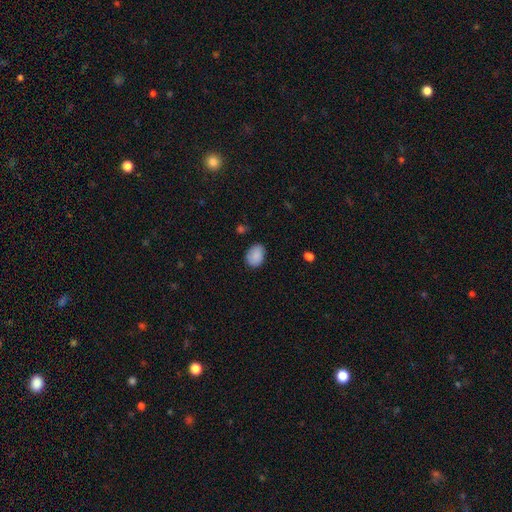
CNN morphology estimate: Q: Smooth or featured?
A: smooth (86%); runner-up: star or artifact (7%)
Q: How rounded?
A: in between (72%); runner-up: round (27%)
Q: Merging?
A: none (74%); runner-up: minor disturbance (21%)